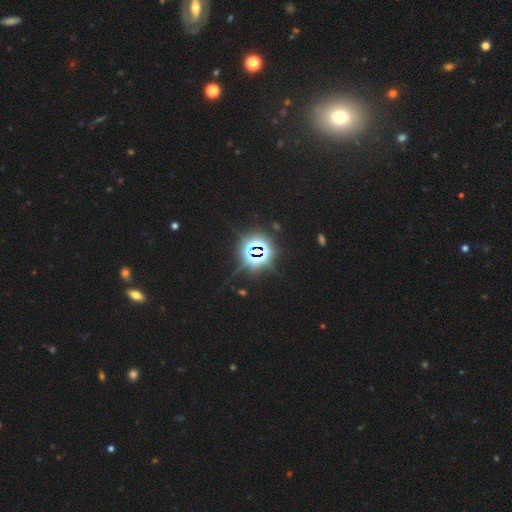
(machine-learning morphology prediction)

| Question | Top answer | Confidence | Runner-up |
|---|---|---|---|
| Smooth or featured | star or artifact | 81% | smooth (12%) |